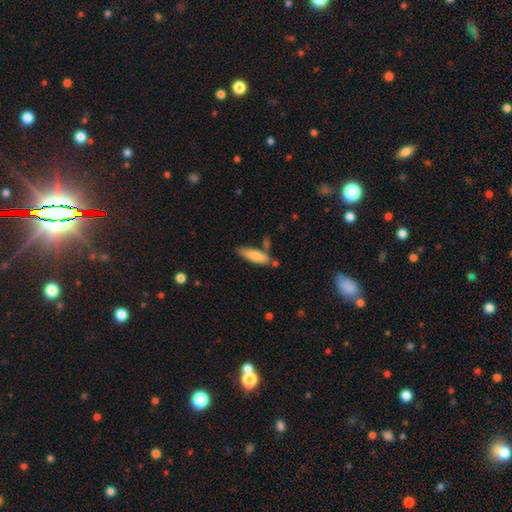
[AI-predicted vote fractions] Overall: smooth (78%). How rounded: cigar-shaped (56%; in between 43%). Merging: none (66%).